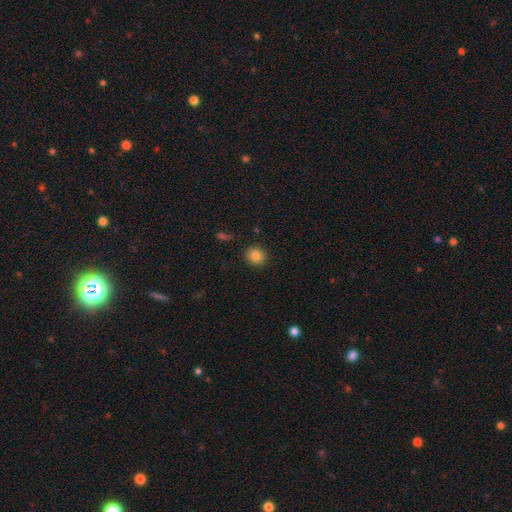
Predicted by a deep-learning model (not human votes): A smooth galaxy with no disk features (85%) that is round (85%).

Vote fractions:
- Smooth or featured? smooth: 85% / star or artifact: 11% / featured or disk: 5%
- How rounded? round: 85% / in between: 14% / cigar-shaped: 1%
- Merging? none: 90% / minor disturbance: 7% / major disturbance: 2% / merger: 1%